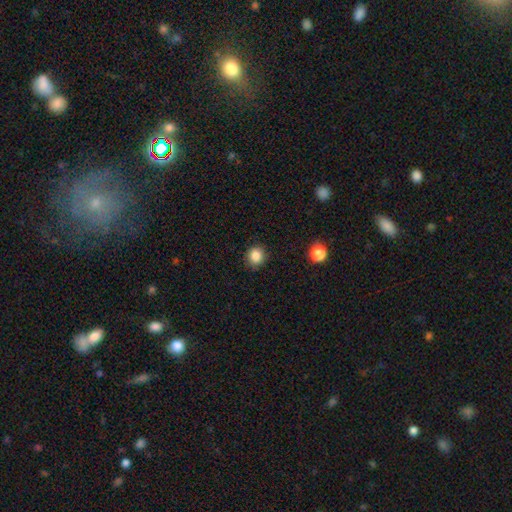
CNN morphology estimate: This is clearly a smooth galaxy (85%). How rounded: clearly round (85%). Merging: clearly none (89%).